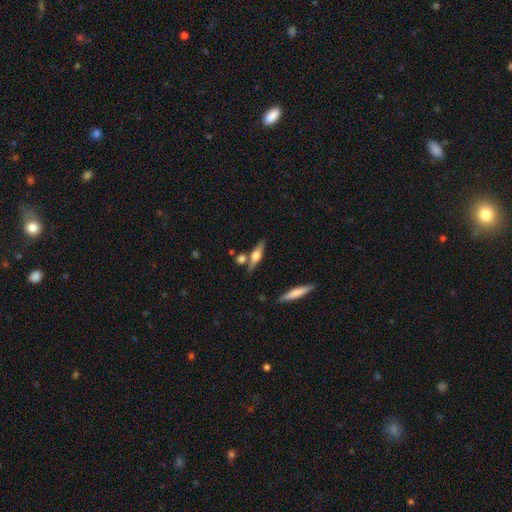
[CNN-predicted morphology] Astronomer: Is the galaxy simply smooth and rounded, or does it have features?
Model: featured or disk — 58% (runner-up: smooth, 35%).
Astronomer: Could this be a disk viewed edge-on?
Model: yes — 95%.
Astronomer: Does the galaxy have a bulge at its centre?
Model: rounded — 91%.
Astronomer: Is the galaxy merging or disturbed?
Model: none — 73%.